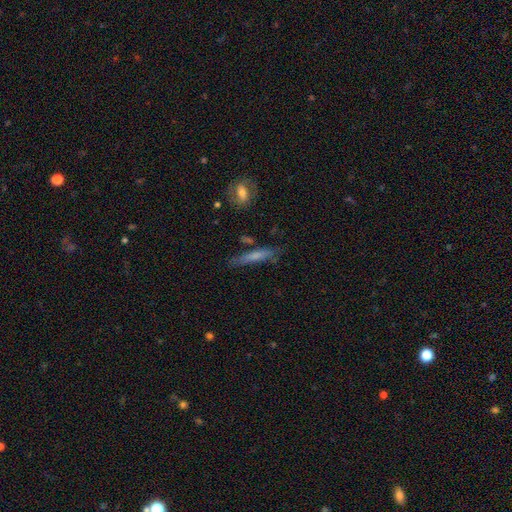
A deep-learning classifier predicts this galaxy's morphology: smooth-or-featured: smooth: 56% | featured or disk: 36% | star or artifact: 8%
  how-rounded: cigar-shaped: 91% | in between: 7% | round: 2%
  merging: none: 78% | minor disturbance: 15% | merger: 4% | major disturbance: 4%